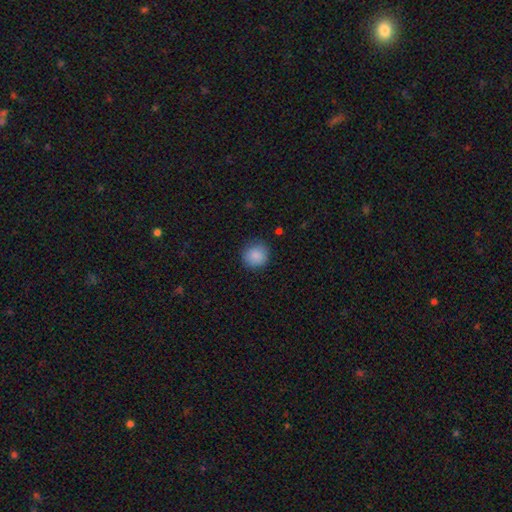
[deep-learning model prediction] smooth_or_featured: smooth (p=0.88) [alt: star or artifact p=0.08]
how_rounded: round (p=0.91) [alt: in between p=0.08]
merging: none (p=0.87) [alt: minor disturbance p=0.09]